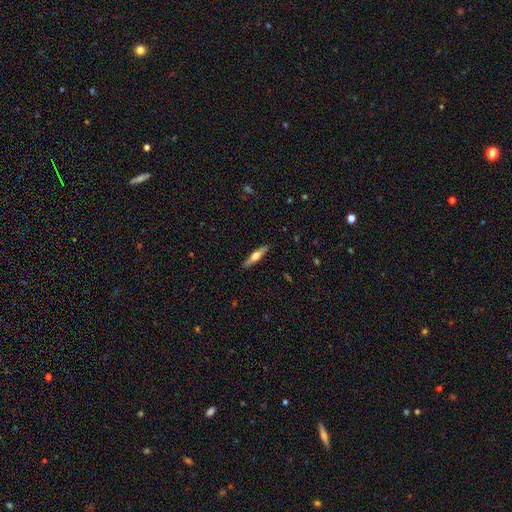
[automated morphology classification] type=featured or disk (48%); merging=none (89%).